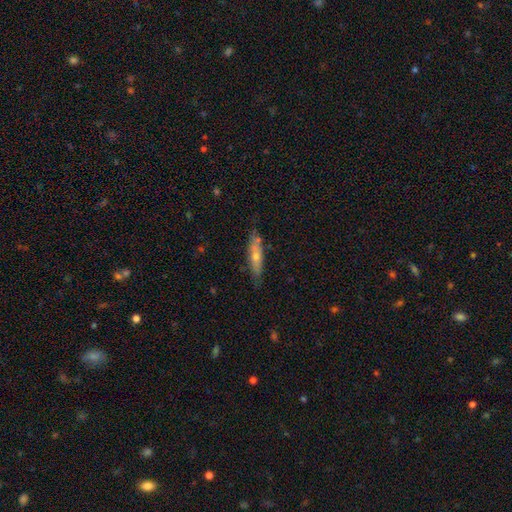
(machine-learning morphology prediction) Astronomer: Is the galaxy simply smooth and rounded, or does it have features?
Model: featured or disk — 49% (runner-up: smooth, 44%).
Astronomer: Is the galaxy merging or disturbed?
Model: none — 75%.